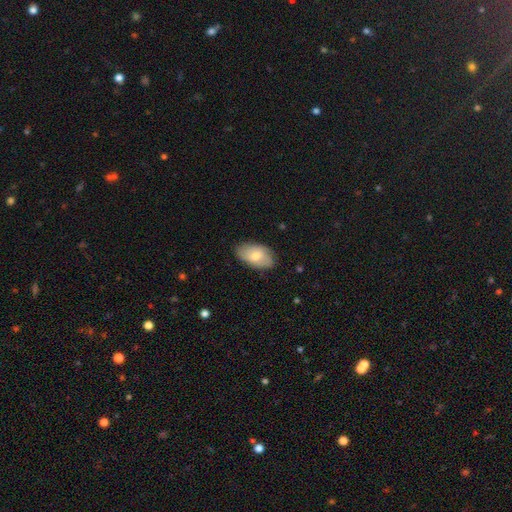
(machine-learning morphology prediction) Smooth or featured?
  - smooth: 64% *
  - featured or disk: 29%
  - star or artifact: 7%
How rounded?
  - in between: 93% *
  - round: 5%
  - cigar-shaped: 2%
Merging?
  - none: 79% *
  - minor disturbance: 17%
  - major disturbance: 3%
  - merger: 1%